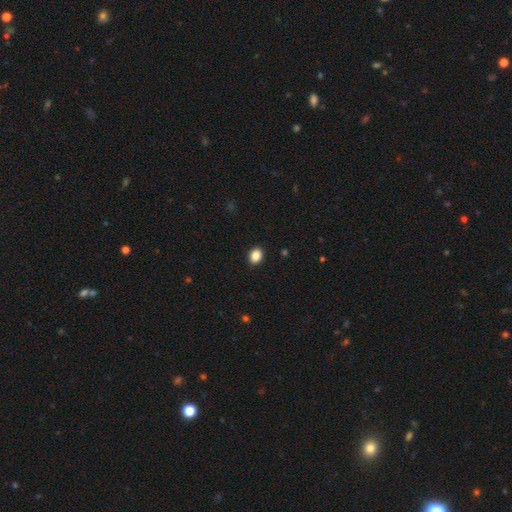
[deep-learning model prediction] Smooth or featured? Predicted: smooth (p=0.88). How rounded? Predicted: in between (p=0.61). Merging? Predicted: none (p=0.91).